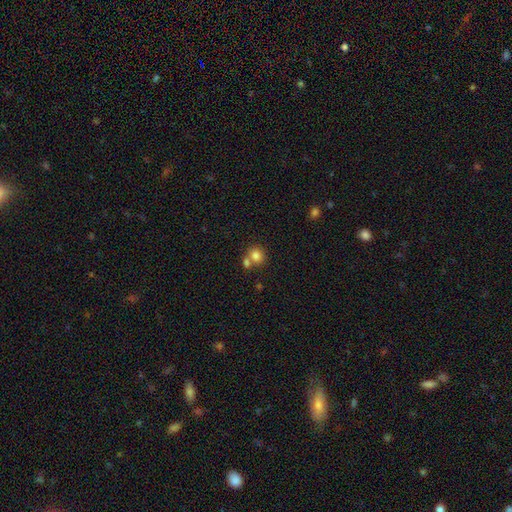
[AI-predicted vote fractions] A smooth galaxy with no disk features (81%) that is round (73%).

Vote fractions:
- Smooth or featured? smooth: 81% / star or artifact: 11% / featured or disk: 8%
- How rounded? round: 73% / in between: 26% / cigar-shaped: 1%
- Merging? none: 50% / merger: 38% / minor disturbance: 9% / major disturbance: 3%